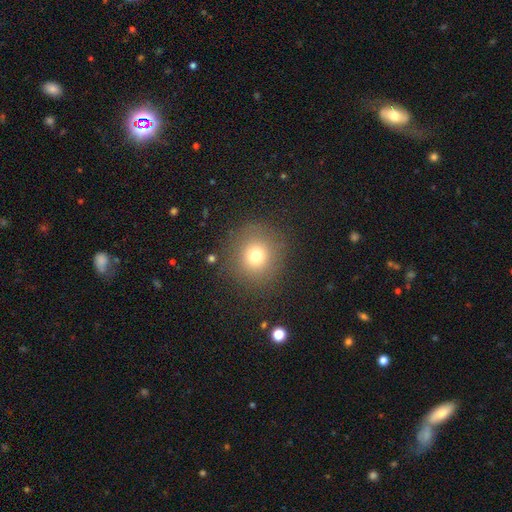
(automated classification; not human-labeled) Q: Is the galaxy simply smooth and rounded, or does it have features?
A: smooth — 72%.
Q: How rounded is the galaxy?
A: round — 91%.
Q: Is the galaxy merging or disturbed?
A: none — 85%.